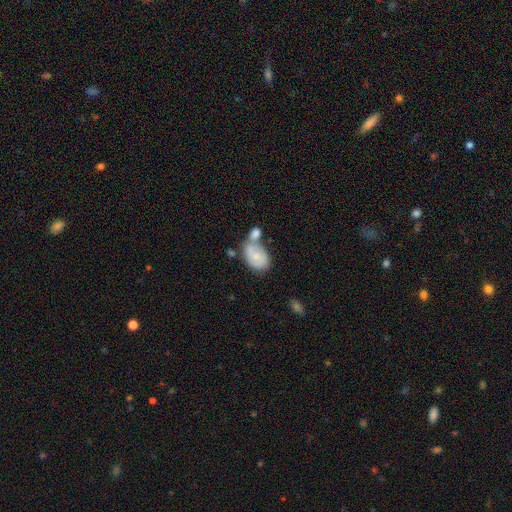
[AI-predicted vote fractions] A smooth galaxy with no disk features (64%) that is in between round and cigar-shaped (85%). Merging: merger (49%).